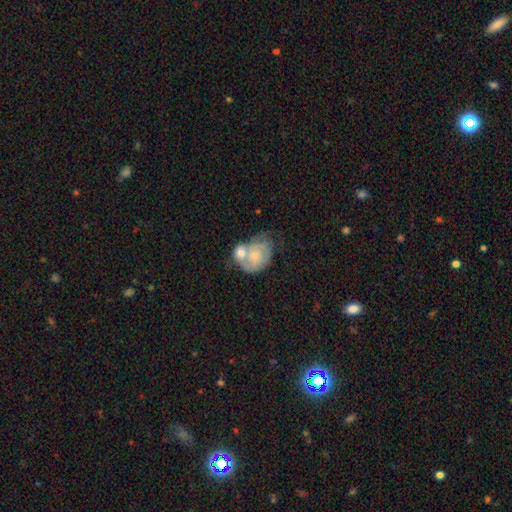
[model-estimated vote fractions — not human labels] Q: Smooth or featured?
A: featured or disk (65%); runner-up: smooth (29%)
Q: Edge-on disk?
A: no (98%); runner-up: yes (2%)
Q: Bar?
A: no (75%); runner-up: weak (22%)
Q: Spiral arms?
A: yes (77%); runner-up: no (23%)
Q: Bulge size?
A: small (54%); runner-up: moderate (37%)
Q: Merging?
A: merger (59%); runner-up: none (18%)